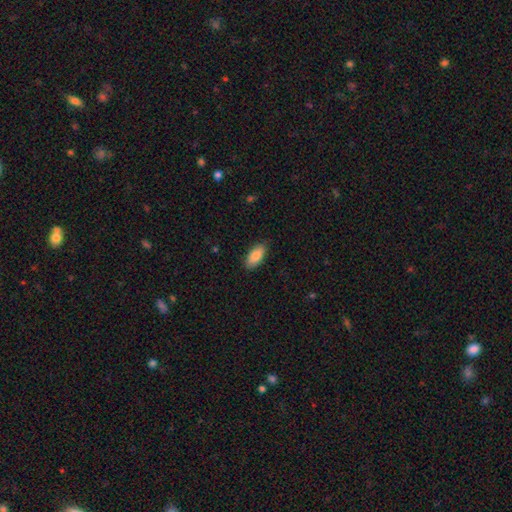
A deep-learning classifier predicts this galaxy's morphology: This is clearly a smooth galaxy (86%). How rounded: clearly in between (89%). Merging: clearly none (85%).